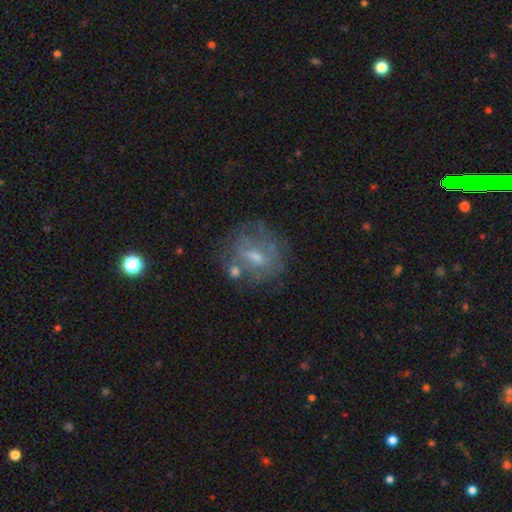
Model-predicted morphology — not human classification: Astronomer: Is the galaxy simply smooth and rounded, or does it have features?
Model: featured or disk — 57%.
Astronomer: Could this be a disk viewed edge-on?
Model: no — 95%.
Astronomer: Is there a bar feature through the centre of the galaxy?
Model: weak — 46% (runner-up: no, 40%).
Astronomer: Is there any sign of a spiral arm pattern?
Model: no — 61% (runner-up: yes, 39%).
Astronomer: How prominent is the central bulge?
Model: small — 44% (runner-up: moderate, 41%).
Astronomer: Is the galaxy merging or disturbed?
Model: none — 56%.